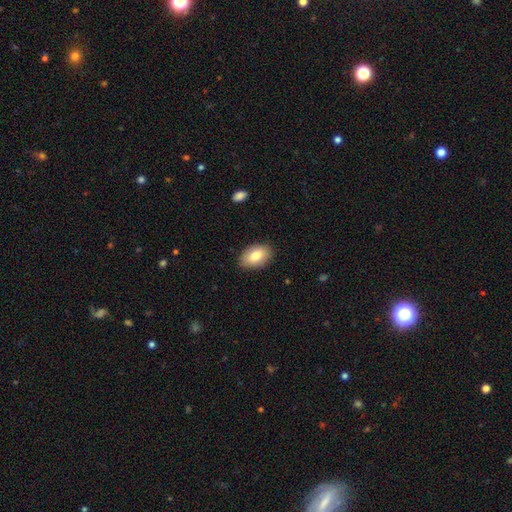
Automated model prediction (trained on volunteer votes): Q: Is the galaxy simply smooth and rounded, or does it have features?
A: smooth — 80%.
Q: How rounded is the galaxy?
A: in between — 91%.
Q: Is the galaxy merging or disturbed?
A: none — 87%.